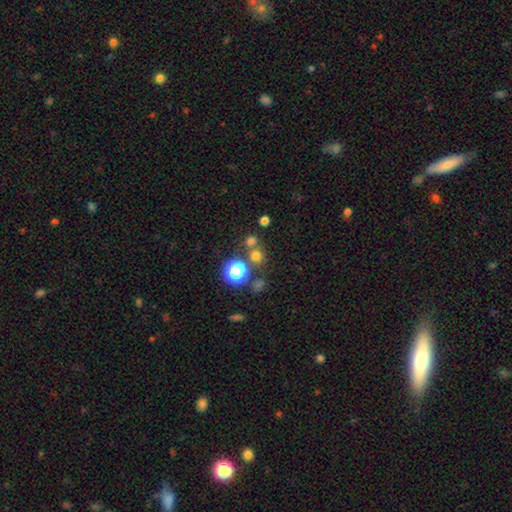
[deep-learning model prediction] A smooth galaxy with no disk features (67%) that is round (88%).

Vote fractions:
- Smooth or featured? smooth: 67% / star or artifact: 26% / featured or disk: 7%
- How rounded? round: 88% / in between: 11% / cigar-shaped: 1%
- Merging? none: 68% / merger: 21% / minor disturbance: 7% / major disturbance: 4%